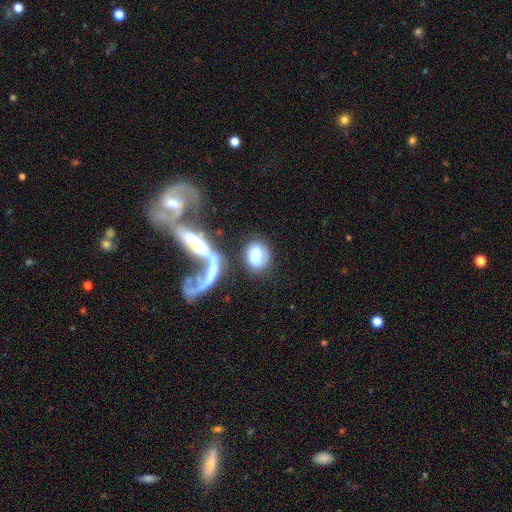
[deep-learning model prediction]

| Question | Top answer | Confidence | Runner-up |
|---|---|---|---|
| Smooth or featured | smooth | 70% | featured or disk (21%) |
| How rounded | in between | 59% | round (37%) |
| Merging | none | 39% | merger (36%) |